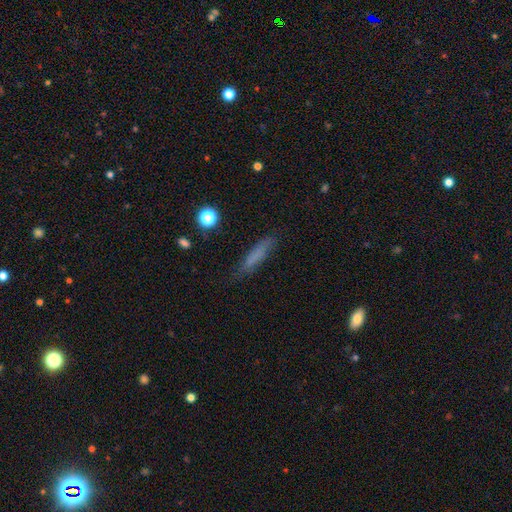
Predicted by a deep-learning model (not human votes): The model was most divided on "smooth or featured": smooth: 71%, featured or disk: 19%, star or artifact: 10%. More confident: how rounded — cigar-shaped (84%); merging — none (77%).